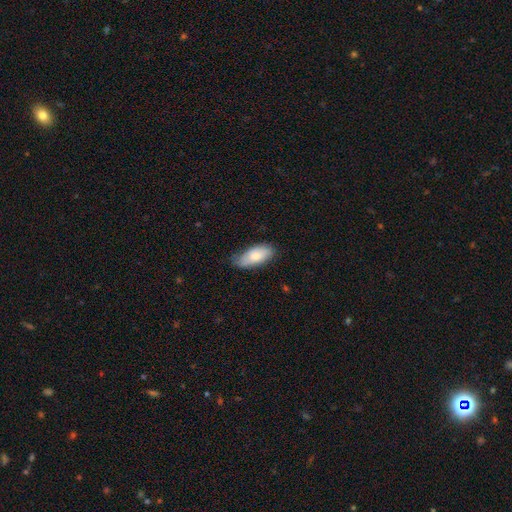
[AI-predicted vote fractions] This is likely a smooth galaxy (74%). How rounded: clearly in between (88%). Merging: likely none (64%).